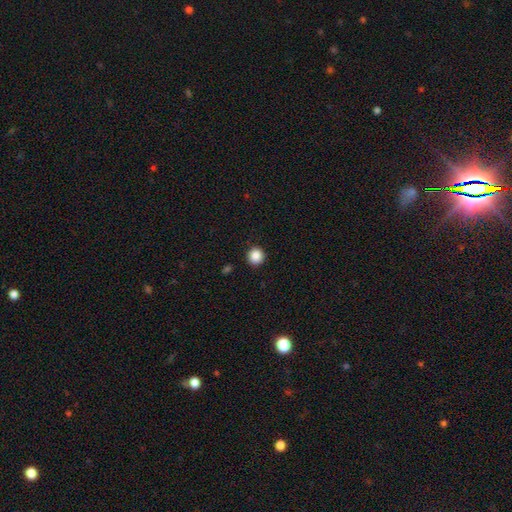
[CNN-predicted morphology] Smooth or featured?
  - smooth: 87% *
  - star or artifact: 10%
  - featured or disk: 3%
How rounded?
  - round: 93% *
  - in between: 6%
  - cigar-shaped: 1%
Merging?
  - none: 91% *
  - minor disturbance: 6%
  - major disturbance: 2%
  - merger: 1%